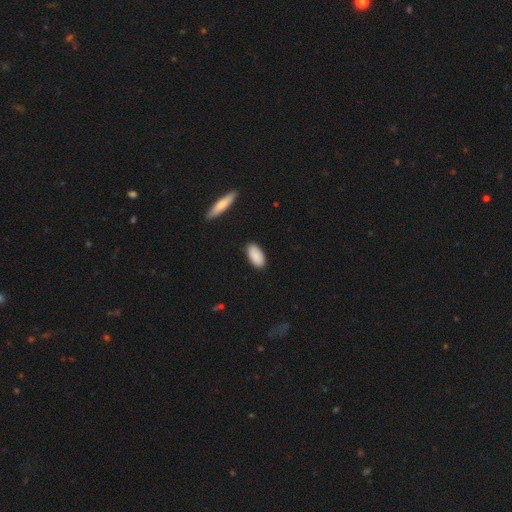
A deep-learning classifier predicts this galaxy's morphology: Smooth or featured? smooth (90%)
How rounded? in between (94%)
Merging? none (87%)